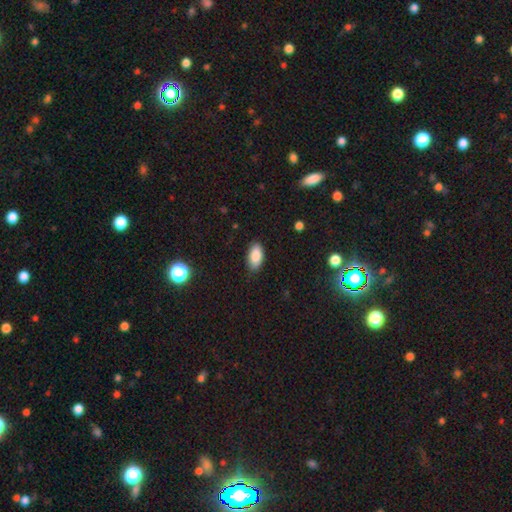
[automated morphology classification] Smooth or featured?
  - smooth: 86% *
  - star or artifact: 8%
  - featured or disk: 6%
How rounded?
  - in between: 93% *
  - cigar-shaped: 4%
  - round: 3%
Merging?
  - none: 86% *
  - minor disturbance: 10%
  - major disturbance: 2%
  - merger: 1%